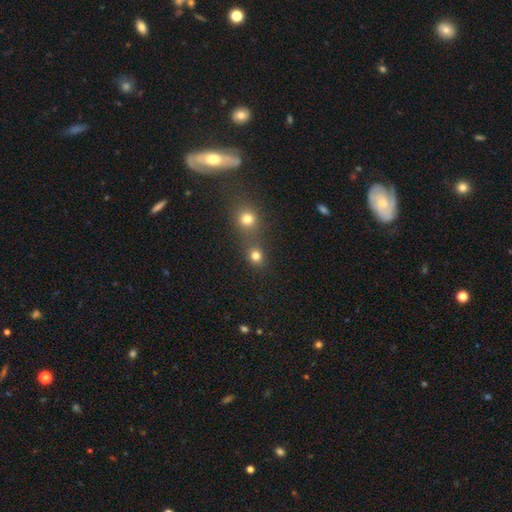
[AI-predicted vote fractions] Smooth or featured? Predicted: smooth (p=0.78). How rounded? Predicted: round (p=0.83). Merging? Predicted: none (p=0.54).